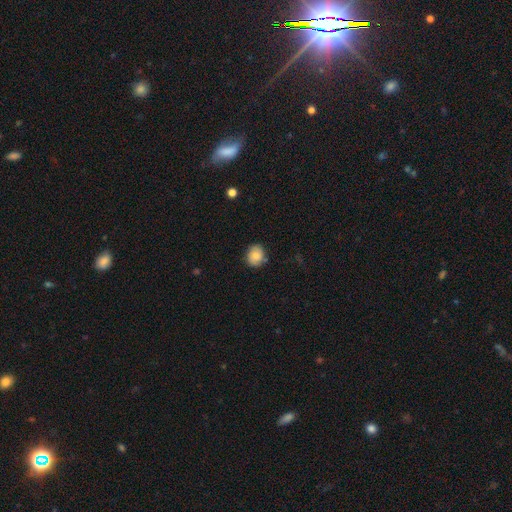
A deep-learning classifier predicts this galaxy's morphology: smooth_or_featured: smooth (p=0.82) [alt: featured or disk p=0.10]
how_rounded: round (p=0.61) [alt: in between p=0.38]
merging: none (p=0.80) [alt: minor disturbance p=0.15]